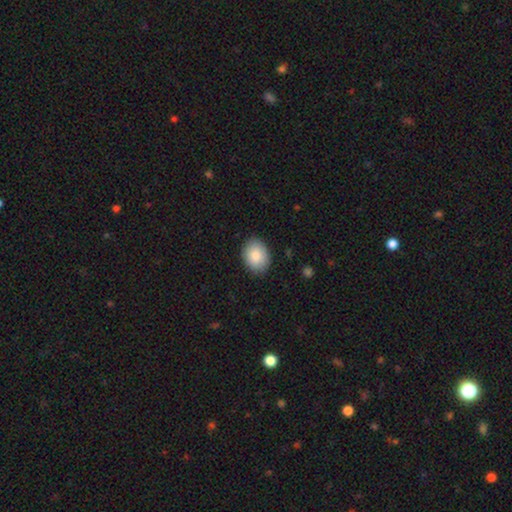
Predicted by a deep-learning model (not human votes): Smooth or featured?
  - smooth: 86% *
  - featured or disk: 7%
  - star or artifact: 7%
How rounded?
  - in between: 67% *
  - round: 32%
  - cigar-shaped: 1%
Merging?
  - none: 87% *
  - minor disturbance: 10%
  - major disturbance: 2%
  - merger: 1%